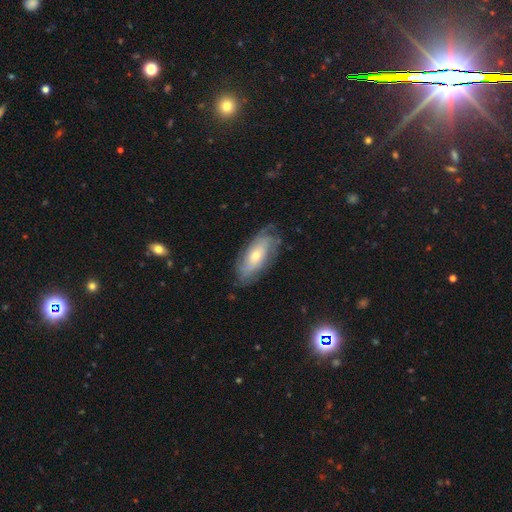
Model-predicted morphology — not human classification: smooth_or_featured: featured or disk (p=0.59) [alt: smooth p=0.33]
disk_edge_on: no (p=0.83) [alt: yes p=0.17]
merging: none (p=0.73) [alt: minor disturbance p=0.20]